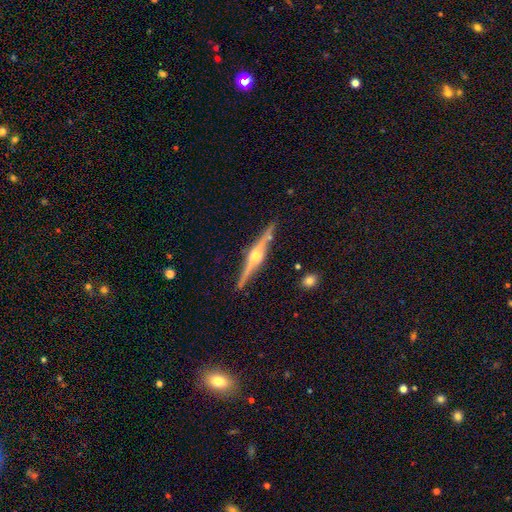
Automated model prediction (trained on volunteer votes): Overall: featured or disk (83%). Edge-on disk: yes (98%). Edge-on bulge: rounded (94%). Merging: none (88%).